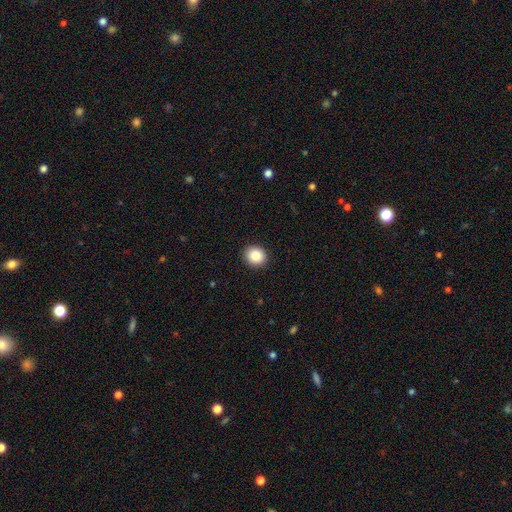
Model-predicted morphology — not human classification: type=smooth (85%); roundness=round (79%); merging=none (92%).